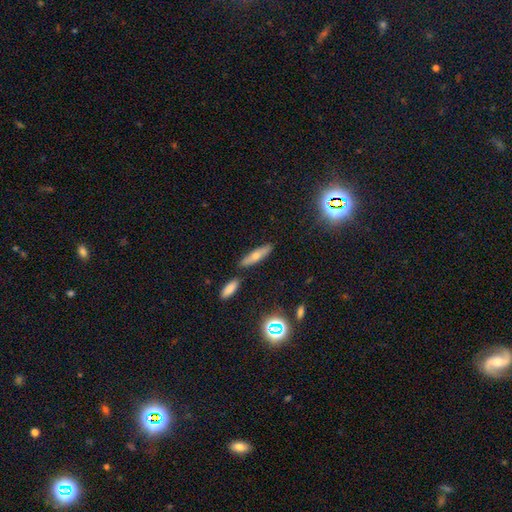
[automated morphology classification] Q: Smooth or featured?
A: smooth (60%); runner-up: featured or disk (30%)
Q: How rounded?
A: cigar-shaped (70%); runner-up: in between (27%)
Q: Merging?
A: none (79%); runner-up: minor disturbance (11%)